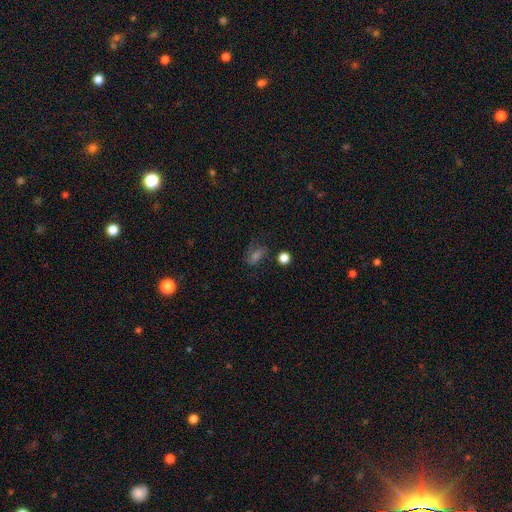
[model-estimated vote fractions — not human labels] A smooth galaxy with no disk features (39%). Merging: none (63%).